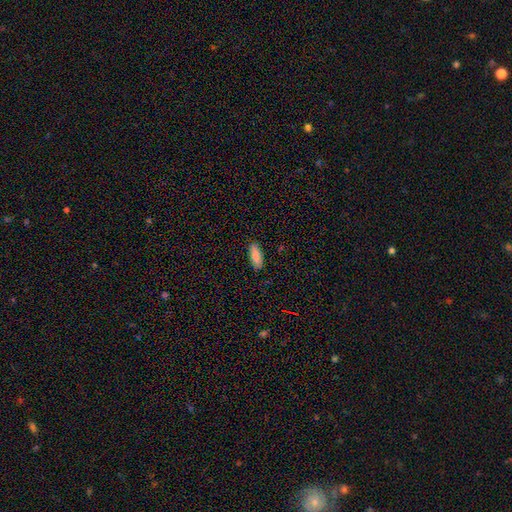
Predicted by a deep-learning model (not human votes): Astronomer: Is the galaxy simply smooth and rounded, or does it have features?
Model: smooth — 85%.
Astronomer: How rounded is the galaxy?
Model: in between — 66%.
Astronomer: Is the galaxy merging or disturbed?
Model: none — 88%.